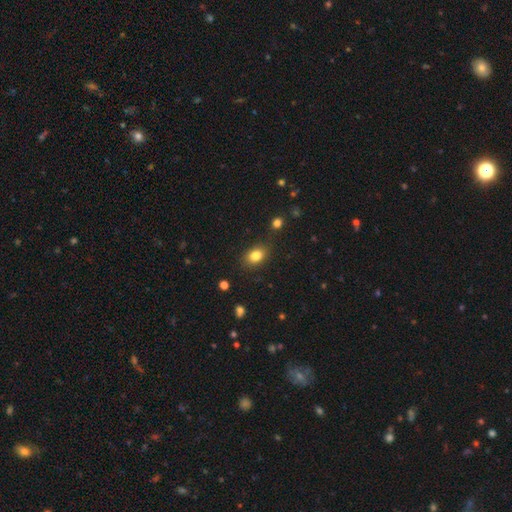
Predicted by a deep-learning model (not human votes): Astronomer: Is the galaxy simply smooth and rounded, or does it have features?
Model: smooth — 82%.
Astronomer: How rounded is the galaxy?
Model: in between — 74%.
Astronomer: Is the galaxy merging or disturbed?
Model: none — 82%.